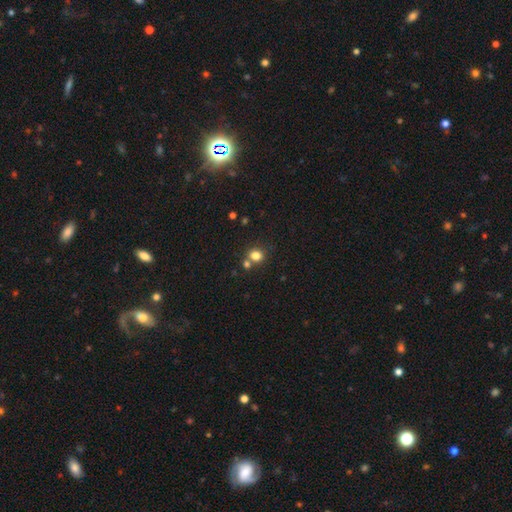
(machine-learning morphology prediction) Overall: smooth (80%). How rounded: round (73%). Merging: none (64%; merger 24%).